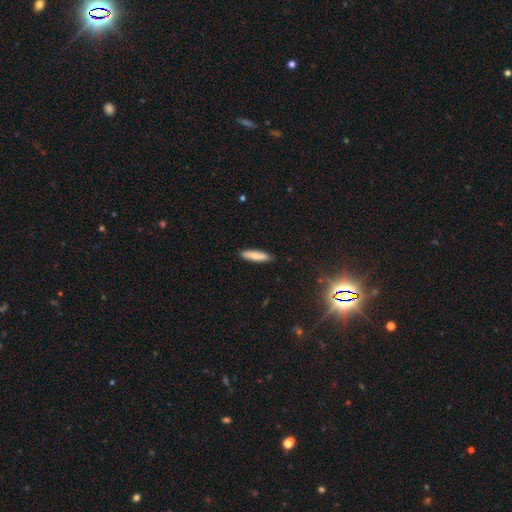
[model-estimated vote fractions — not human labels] The model was most divided on "how rounded": cigar-shaped: 75%, in between: 23%, round: 2%. More confident: merging — none (88%); smooth or featured — smooth (80%).